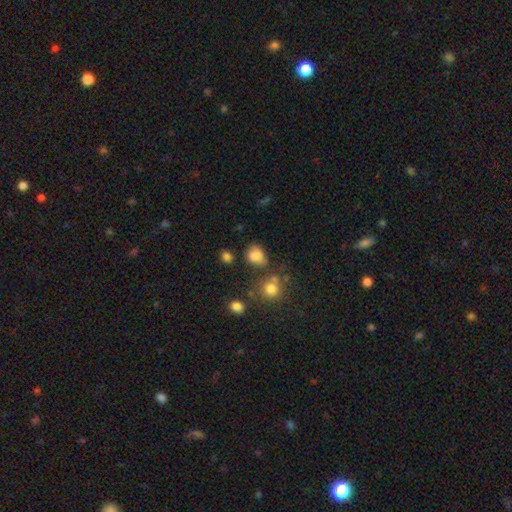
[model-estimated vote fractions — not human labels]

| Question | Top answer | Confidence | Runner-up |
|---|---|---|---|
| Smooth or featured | smooth | 78% | star or artifact (14%) |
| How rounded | in between | 57% | round (42%) |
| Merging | none | 52% | minor disturbance (24%) |